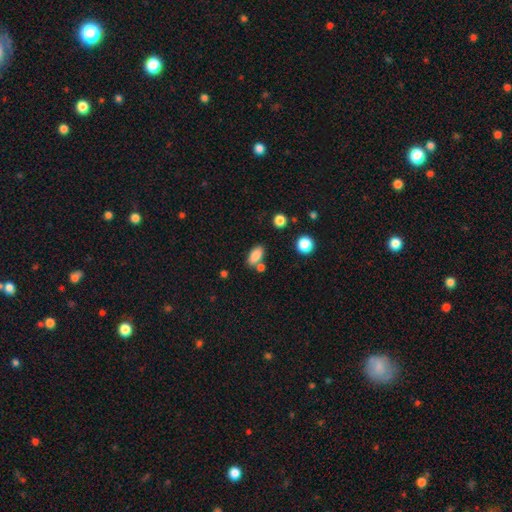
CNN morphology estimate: A smooth galaxy with no disk features (85%) that is in between round and cigar-shaped (89%).

Vote fractions:
- Smooth or featured? smooth: 85% / star or artifact: 9% / featured or disk: 6%
- How rounded? in between: 89% / cigar-shaped: 6% / round: 5%
- Merging? none: 68% / merger: 16% / minor disturbance: 12% / major disturbance: 4%